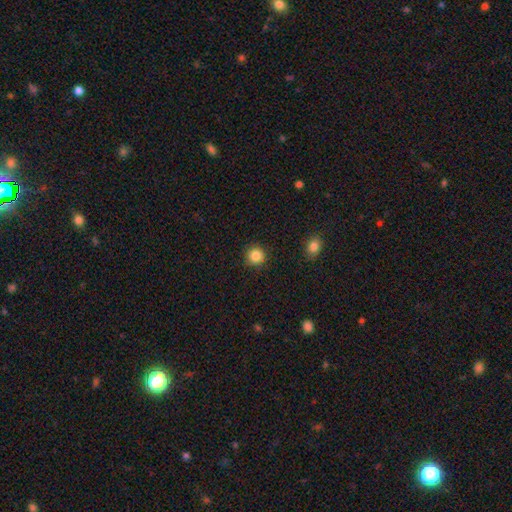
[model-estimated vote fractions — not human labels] This appears to be a smooth galaxy with no disk features (86%) that is round (93%). Merging: none (89%).